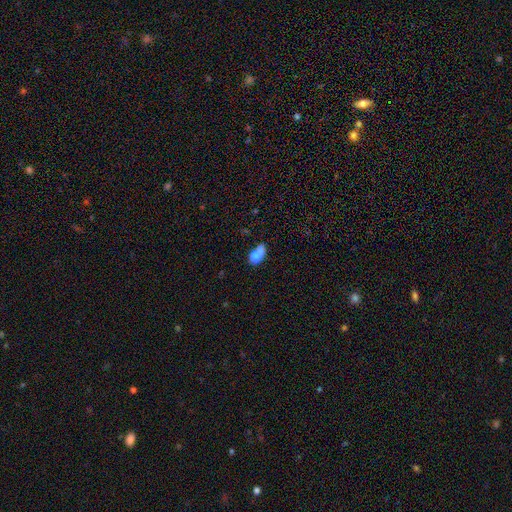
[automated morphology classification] A smooth galaxy with no disk features (72%) that is in between round and cigar-shaped (64%). Merging: merger (51%).